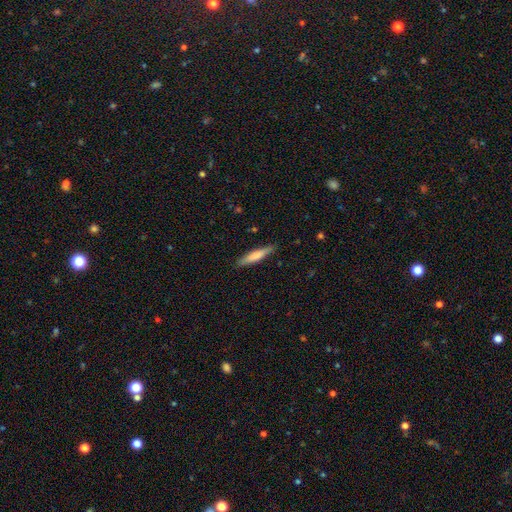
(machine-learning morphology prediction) A smooth galaxy with no disk features (67%) that is cigar-shaped (88%).

Vote fractions:
- Smooth or featured? smooth: 67% / featured or disk: 28% / star or artifact: 5%
- How rounded? cigar-shaped: 88% / in between: 11% / round: 1%
- Merging? none: 88% / minor disturbance: 9% / major disturbance: 2% / merger: 1%